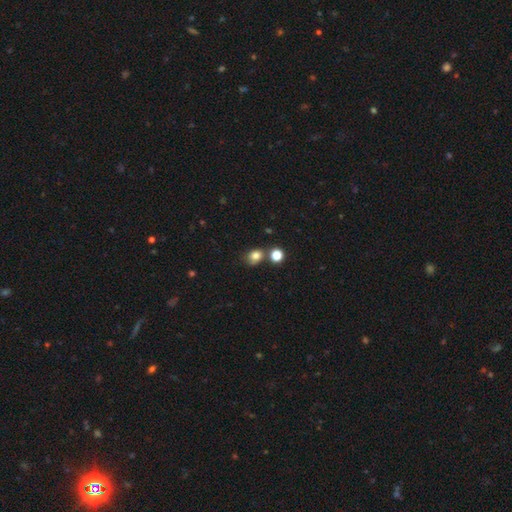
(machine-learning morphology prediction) type=smooth (81%); roundness=round (60%); merging=none (62%).